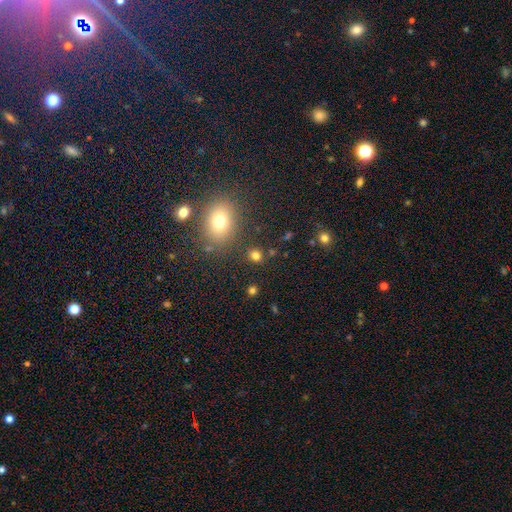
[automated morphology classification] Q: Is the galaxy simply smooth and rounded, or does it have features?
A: smooth — 77%.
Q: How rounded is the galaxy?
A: round — 71%.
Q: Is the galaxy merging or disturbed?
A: none — 84%.